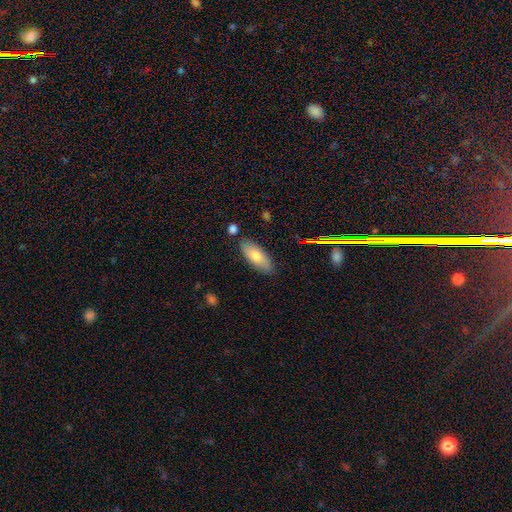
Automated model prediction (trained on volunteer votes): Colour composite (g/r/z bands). It shows a smooth galaxy with no disk features (74%) that is in between round and cigar-shaped (79%). Merging: none (82%).